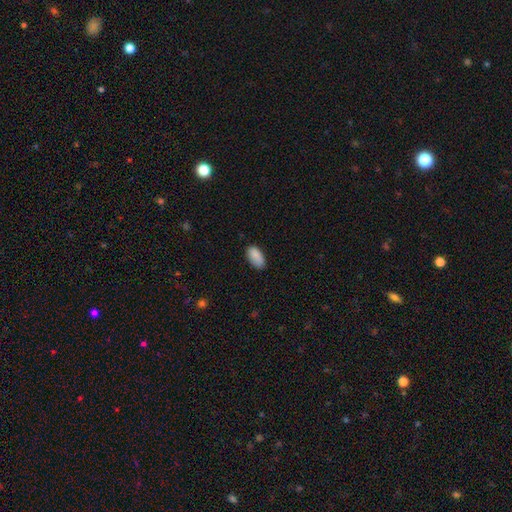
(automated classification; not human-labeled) smooth 88%, star or artifact 7%, featured or disk 5%. Down the decision tree: how rounded — in between (93%); merging — none (78%).